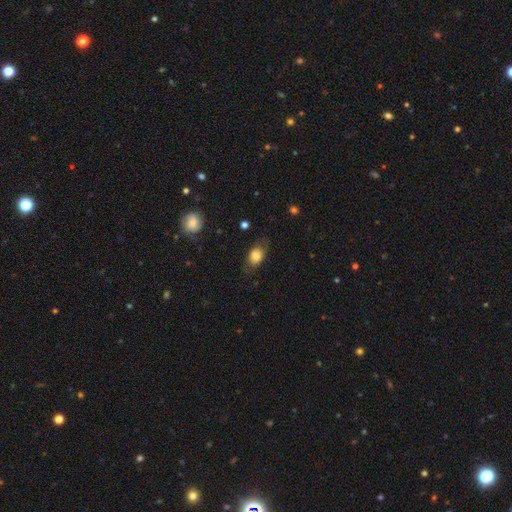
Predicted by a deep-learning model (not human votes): This is likely a smooth galaxy (77%). How rounded: likely in between (76%). Merging: likely none (70%).